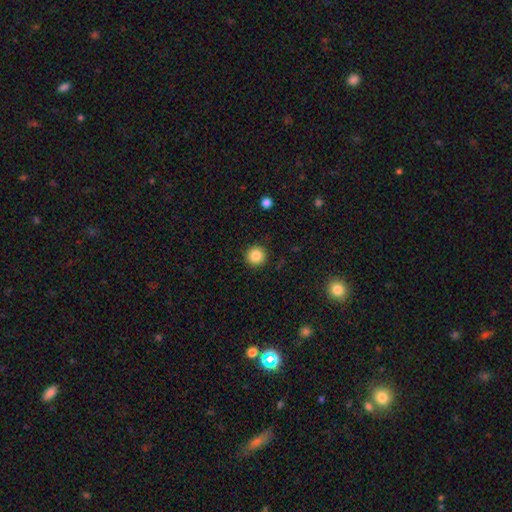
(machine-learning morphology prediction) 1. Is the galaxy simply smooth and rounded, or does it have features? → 85% smooth, 10% star or artifact, 5% featured or disk.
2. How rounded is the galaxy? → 95% round, 4% in between, 1% cigar-shaped.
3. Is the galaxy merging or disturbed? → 91% none, 6% minor disturbance, 2% major disturbance, 1% merger.